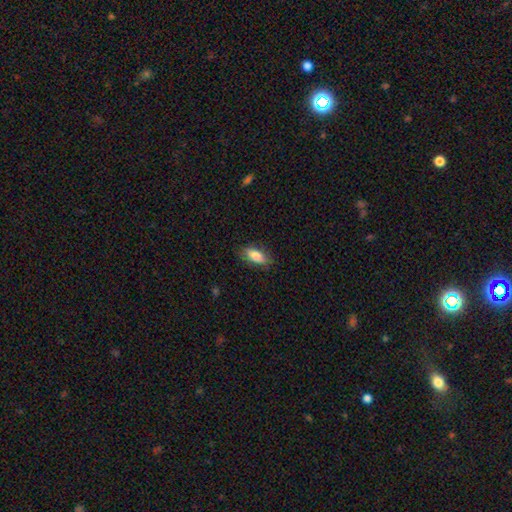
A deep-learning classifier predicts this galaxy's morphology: A smooth galaxy with no disk features (78%) that is in between round and cigar-shaped (81%).

Vote fractions:
- Smooth or featured? smooth: 78% / featured or disk: 15% / star or artifact: 7%
- How rounded? in between: 81% / cigar-shaped: 16% / round: 4%
- Merging? none: 82% / minor disturbance: 14% / major disturbance: 3% / merger: 1%